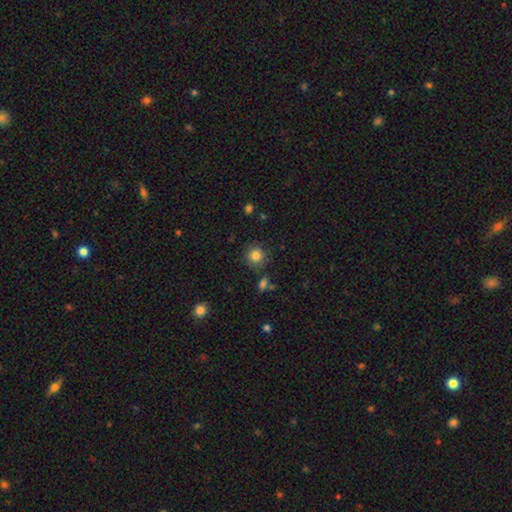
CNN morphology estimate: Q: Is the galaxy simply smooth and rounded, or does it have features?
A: smooth — 84%.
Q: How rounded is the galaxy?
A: round — 91%.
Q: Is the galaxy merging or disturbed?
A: none — 83%.